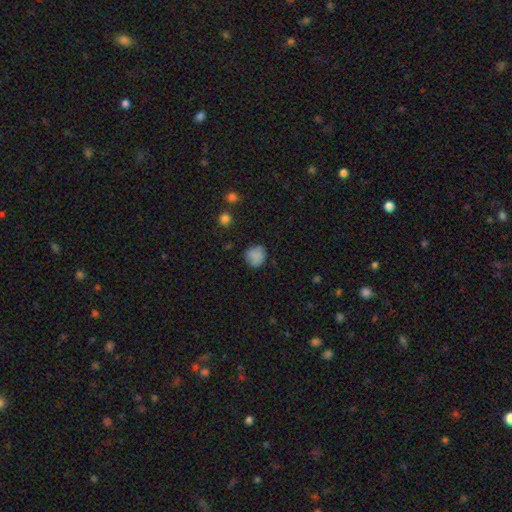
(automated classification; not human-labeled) Smooth or featured?
  - smooth: 80% *
  - star or artifact: 10%
  - featured or disk: 10%
How rounded?
  - round: 83% *
  - in between: 16%
  - cigar-shaped: 1%
Merging?
  - none: 72% *
  - minor disturbance: 20%
  - major disturbance: 6%
  - merger: 2%